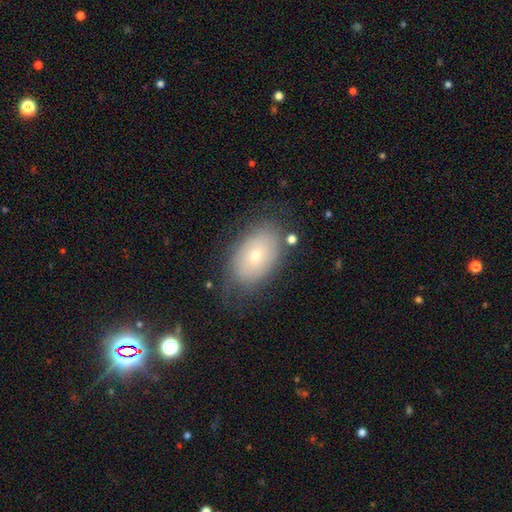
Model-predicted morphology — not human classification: Smooth or featured?
  - smooth: 56% *
  - featured or disk: 35%
  - star or artifact: 9%
How rounded?
  - in between: 88% *
  - round: 11%
  - cigar-shaped: 1%
Merging?
  - none: 69% *
  - minor disturbance: 20%
  - major disturbance: 8%
  - merger: 2%